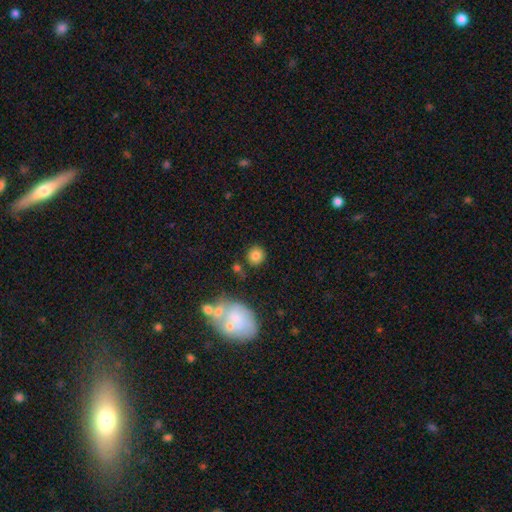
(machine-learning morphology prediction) smooth-or-featured: smooth: 81% | star or artifact: 10% | featured or disk: 9%
  how-rounded: round: 87% | in between: 12% | cigar-shaped: 1%
  merging: none: 78% | minor disturbance: 10% | merger: 7% | major disturbance: 4%